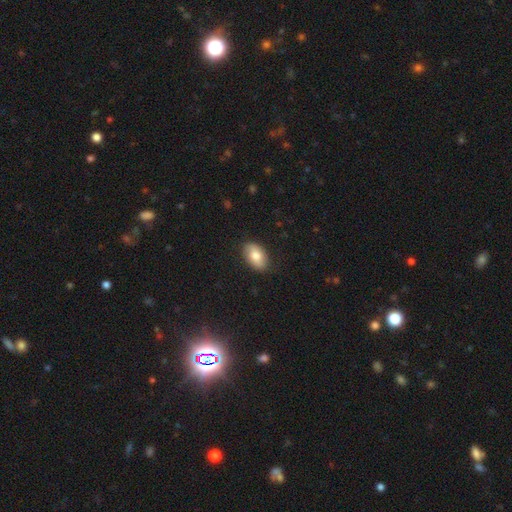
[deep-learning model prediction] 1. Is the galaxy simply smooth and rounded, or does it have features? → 78% smooth, 15% featured or disk, 7% star or artifact.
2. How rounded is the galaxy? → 90% in between, 8% round, 2% cigar-shaped.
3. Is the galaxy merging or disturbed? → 85% none, 12% minor disturbance, 2% major disturbance, 1% merger.